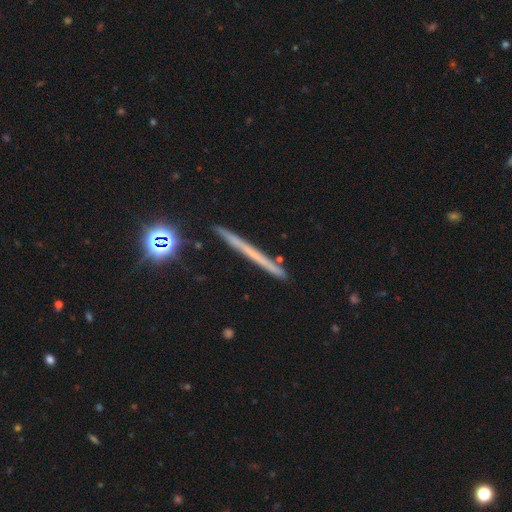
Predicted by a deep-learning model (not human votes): Smooth or featured?
  - featured or disk: 51% *
  - smooth: 39%
  - star or artifact: 10%
Edge-on disk?
  - yes: 96% *
  - no: 4%
Merging?
  - none: 89% *
  - minor disturbance: 8%
  - merger: 2%
  - major disturbance: 1%